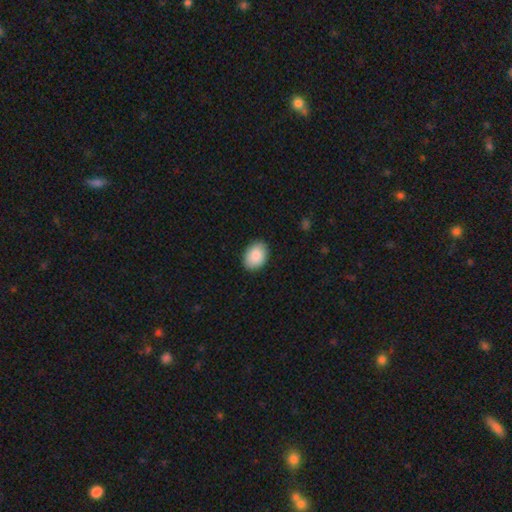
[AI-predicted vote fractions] This appears to be a smooth galaxy with no disk features (89%) that is in between round and cigar-shaped (79%). Merging: none (88%).